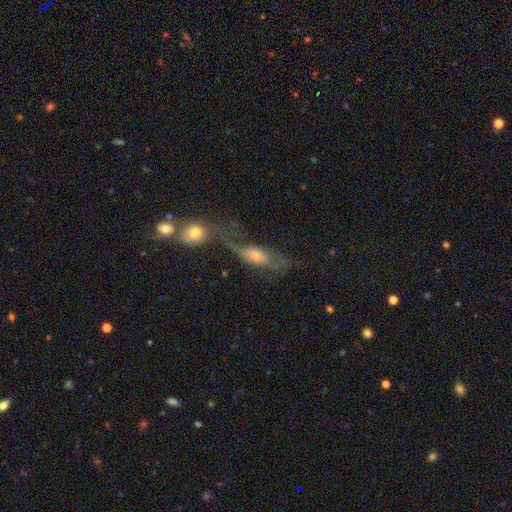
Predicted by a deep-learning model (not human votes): Q: Smooth or featured?
A: featured or disk (54%); runner-up: smooth (35%)
Q: Edge-on disk?
A: no (76%); runner-up: yes (24%)
Q: Merging?
A: major disturbance (31%); runner-up: none (27%)